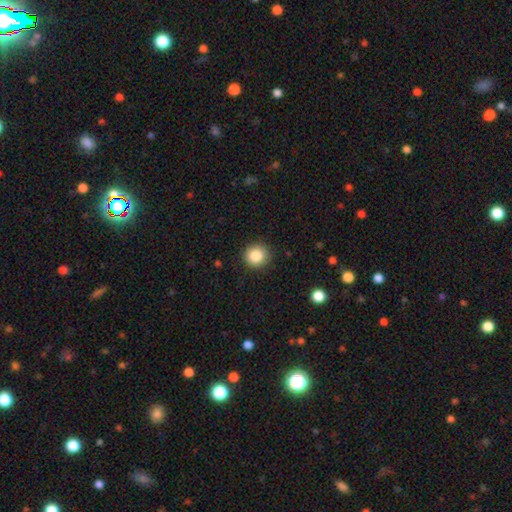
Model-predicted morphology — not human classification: smooth-or-featured: smooth: 86% | star or artifact: 10% | featured or disk: 5%
  how-rounded: round: 93% | in between: 6% | cigar-shaped: 1%
  merging: none: 91% | minor disturbance: 6% | major disturbance: 2% | merger: 1%